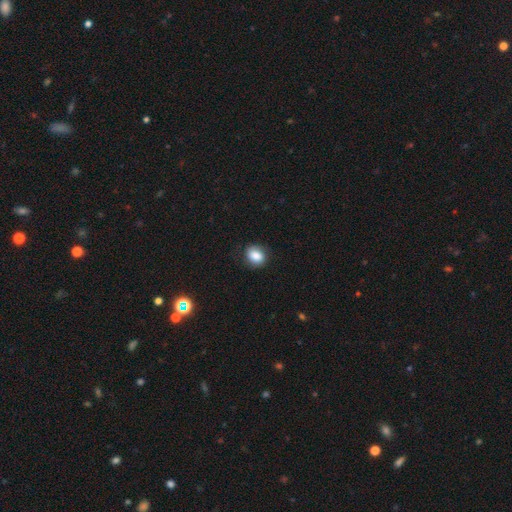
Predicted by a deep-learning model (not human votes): This is clearly a smooth galaxy (83%). How rounded: possibly in between (50%). Merging: likely none (80%).